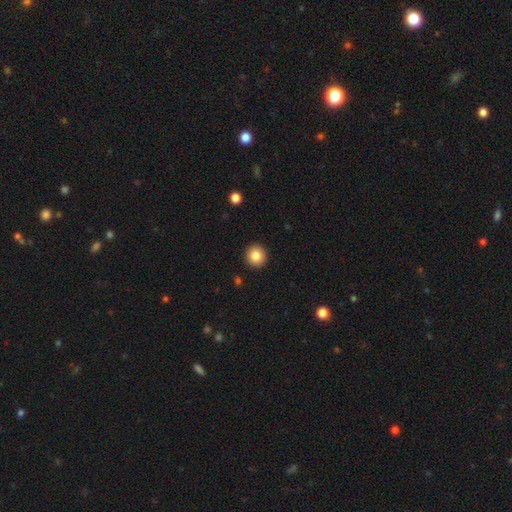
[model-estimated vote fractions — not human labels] smooth-or-featured: smooth: 84% | star or artifact: 9% | featured or disk: 6%
  how-rounded: round: 94% | in between: 5% | cigar-shaped: 1%
  merging: none: 93% | minor disturbance: 5% | major disturbance: 2% | merger: 1%